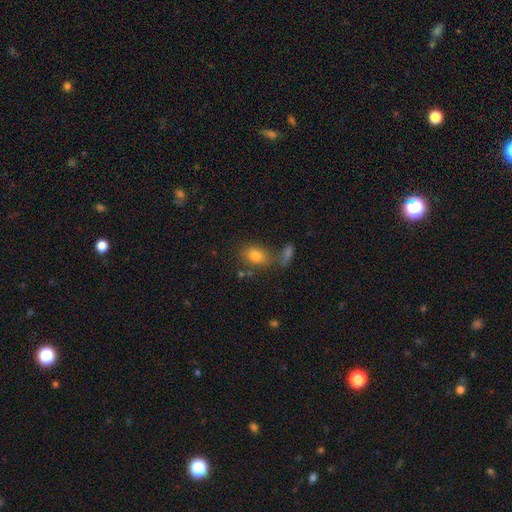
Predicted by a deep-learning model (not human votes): Smooth or featured: smooth — 79% (featured or disk — 11%)
How rounded: in between — 71% (round — 27%)
Merging: none — 63% (merger — 17%)